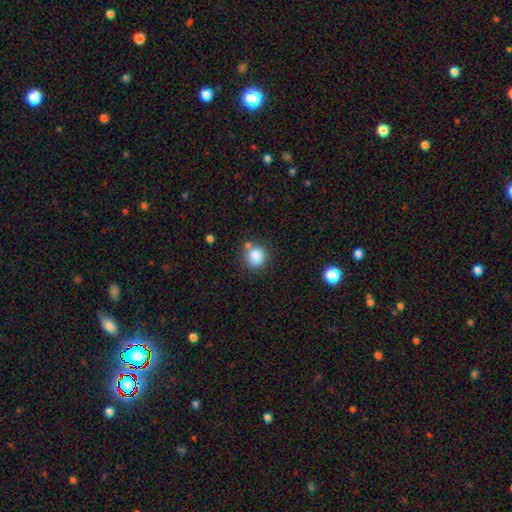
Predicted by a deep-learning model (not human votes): smooth-or-featured: smooth: 85% | star or artifact: 10% | featured or disk: 6%
  how-rounded: round: 83% | in between: 16% | cigar-shaped: 1%
  merging: none: 67% | minor disturbance: 15% | merger: 13% | major disturbance: 5%